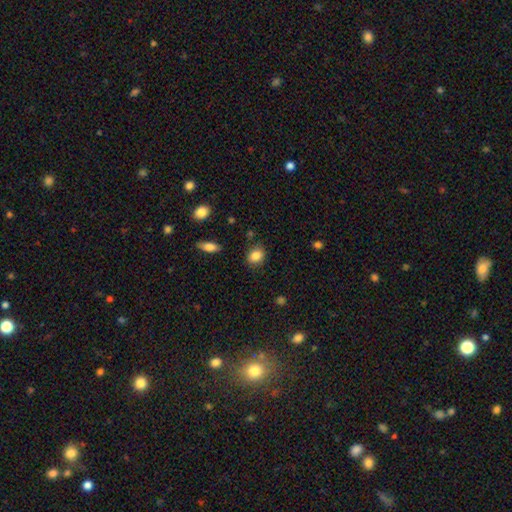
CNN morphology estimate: A smooth galaxy with no disk features (85%) that is round (51%).

Vote fractions:
- Smooth or featured? smooth: 85% / star or artifact: 9% / featured or disk: 6%
- How rounded? round: 51% / in between: 48% / cigar-shaped: 1%
- Merging? none: 83% / minor disturbance: 12% / major disturbance: 3% / merger: 2%